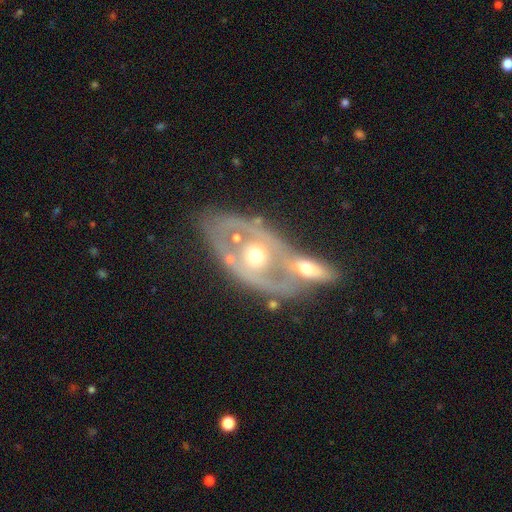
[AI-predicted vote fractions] A featured or disk galaxy (75%) with no bar (83%), no spiral arms (60%) and a moderate central bulge (65%). Merging: none (43%).